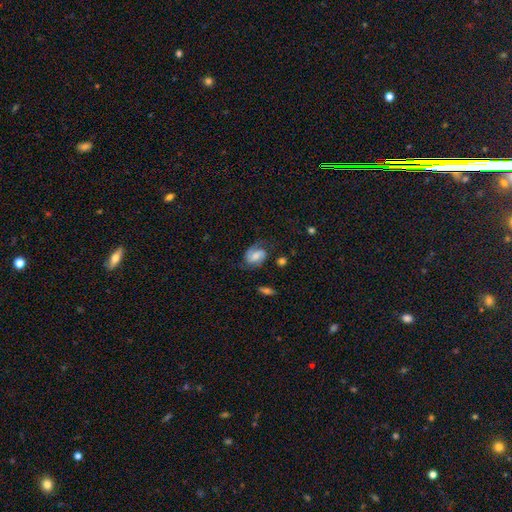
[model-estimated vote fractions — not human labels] Q: Smooth or featured?
A: featured or disk (64%); runner-up: smooth (28%)
Q: Edge-on disk?
A: no (97%); runner-up: yes (3%)
Q: Bar?
A: weak (45%); runner-up: no (34%)
Q: Spiral arms?
A: yes (92%); runner-up: no (8%)
Q: Spiral winding?
A: medium (47%); runner-up: tight (28%)
Q: Spiral arm count?
A: 2 (74%); runner-up: 1 (16%)
Q: Bulge size?
A: moderate (35%); runner-up: small (29%)
Q: Merging?
A: none (58%); runner-up: minor disturbance (24%)